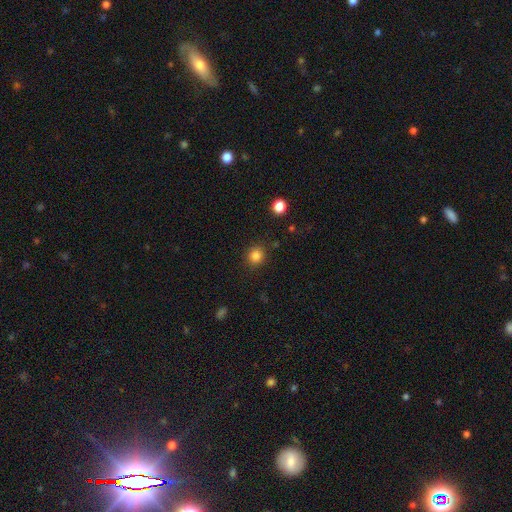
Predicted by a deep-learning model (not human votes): This is clearly a smooth galaxy (84%). How rounded: clearly round (87%). Merging: clearly none (88%).